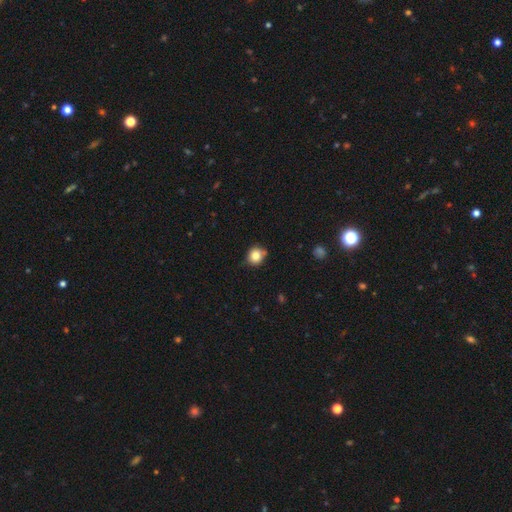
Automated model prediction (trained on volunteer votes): Smooth or featured?
  - smooth: 82% *
  - star or artifact: 11%
  - featured or disk: 8%
How rounded?
  - round: 86% *
  - in between: 13%
  - cigar-shaped: 1%
Merging?
  - none: 75% *
  - minor disturbance: 17%
  - merger: 5%
  - major disturbance: 3%